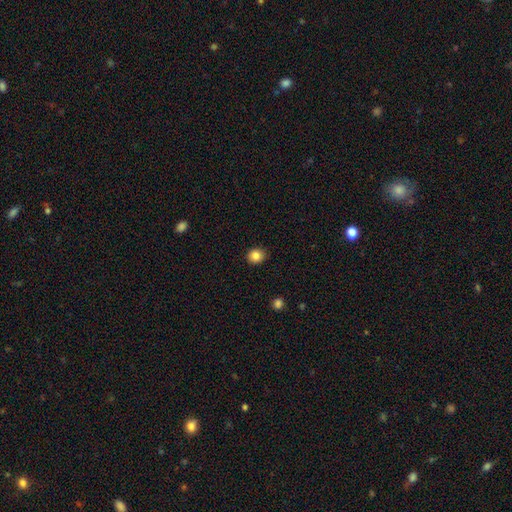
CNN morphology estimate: Smooth or featured: smooth — 85% (star or artifact — 10%)
How rounded: round — 80% (in between — 19%)
Merging: none — 91% (minor disturbance — 6%)